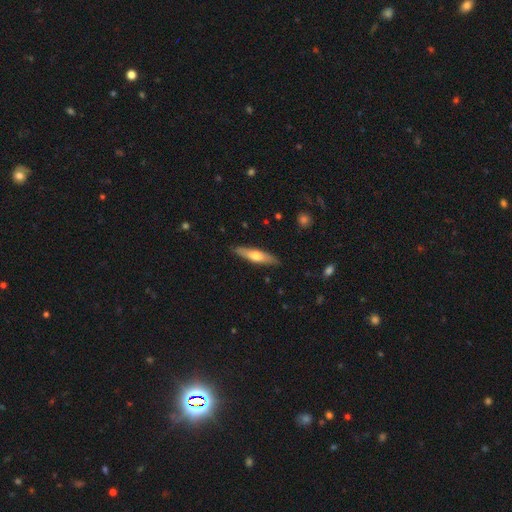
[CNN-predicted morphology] type=smooth (55%); roundness=cigar-shaped (77%); merging=none (88%).